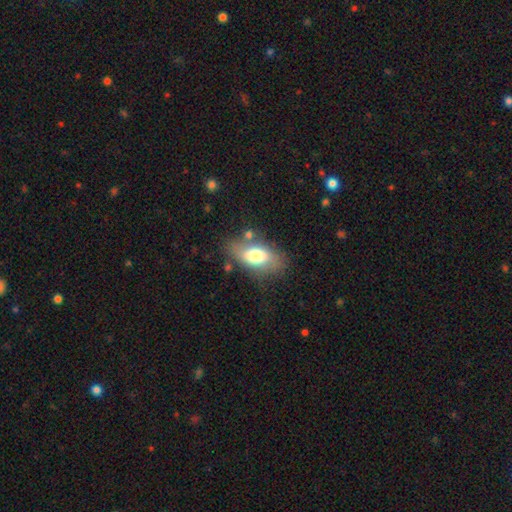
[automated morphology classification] A smooth galaxy with no disk features (69%) that is in between round and cigar-shaped (87%). Merging: none (68%).